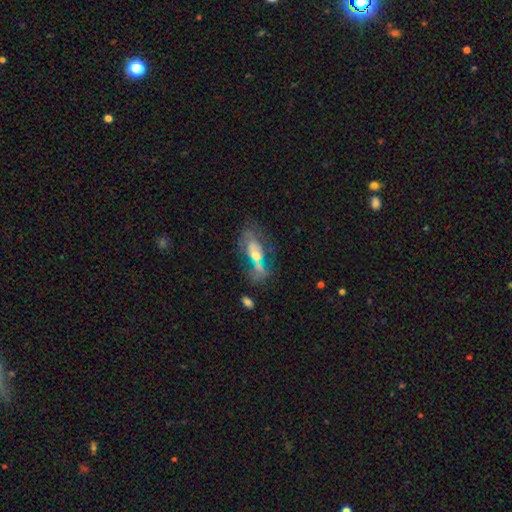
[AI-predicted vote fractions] Smooth or featured? featured or disk (52%)
Edge-on disk? no (83%)
Merging? none (36%)